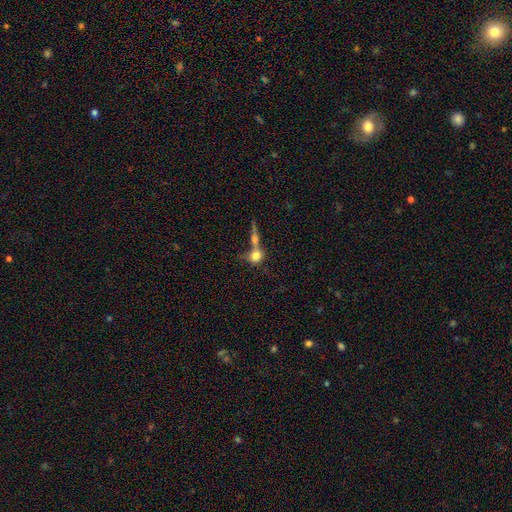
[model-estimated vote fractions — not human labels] smooth 68%, featured or disk 21%, star or artifact 11%. Down the decision tree: how rounded — round (68%); merging — merger (51%).